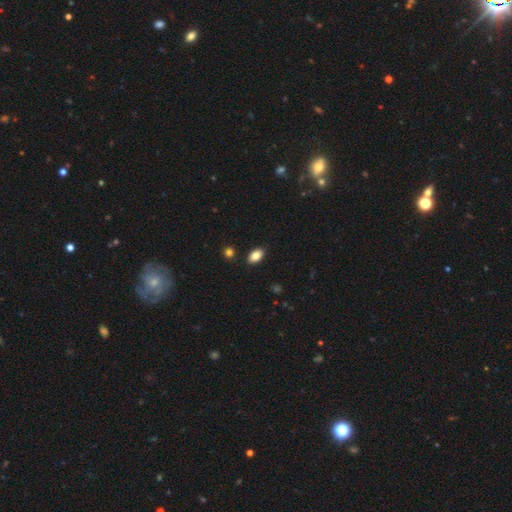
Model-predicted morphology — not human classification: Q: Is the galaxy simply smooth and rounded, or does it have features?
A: smooth — 85%.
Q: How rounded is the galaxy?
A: in between — 91%.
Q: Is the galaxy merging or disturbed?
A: none — 88%.